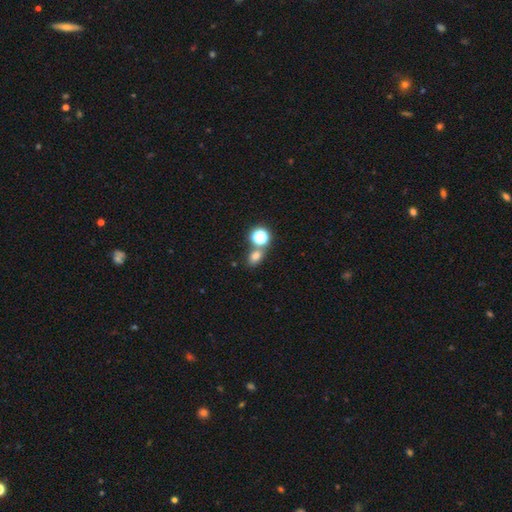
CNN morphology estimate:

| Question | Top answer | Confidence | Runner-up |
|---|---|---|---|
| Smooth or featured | smooth | 71% | star or artifact (22%) |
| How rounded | in between | 59% | round (40%) |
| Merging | none | 63% | merger (23%) |